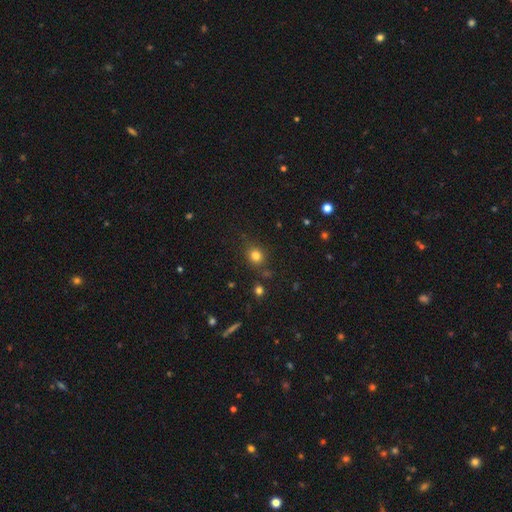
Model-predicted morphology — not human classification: A smooth galaxy with no disk features (80%) that is round (75%). Merging: none (78%).